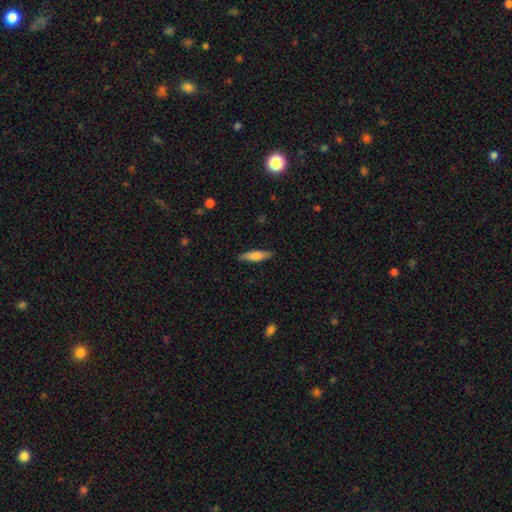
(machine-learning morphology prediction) The model was most divided on "how rounded": cigar-shaped: 69%, in between: 29%, round: 2%. More confident: merging — none (88%); smooth or featured — smooth (68%).